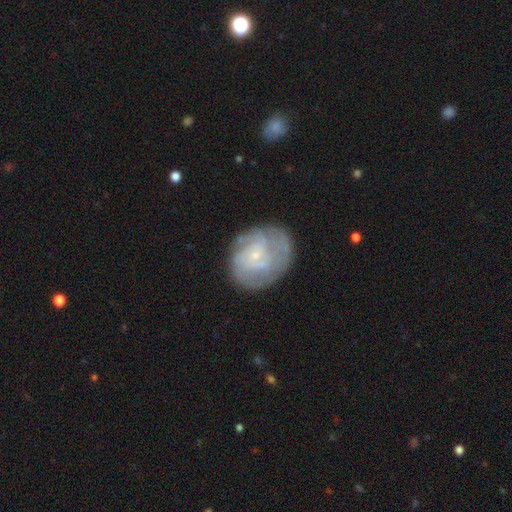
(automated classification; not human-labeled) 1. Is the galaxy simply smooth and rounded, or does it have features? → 61% featured or disk, 31% smooth, 8% star or artifact.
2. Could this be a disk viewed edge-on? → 97% no, 3% yes.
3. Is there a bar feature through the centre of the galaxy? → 70% no, 26% weak, 4% strong.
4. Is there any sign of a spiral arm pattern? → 73% yes, 27% no.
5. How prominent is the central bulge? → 78% small, 15% moderate, 5% none, 1% large, 1% dominant.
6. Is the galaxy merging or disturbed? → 68% none, 20% minor disturbance, 10% major disturbance, 2% merger.